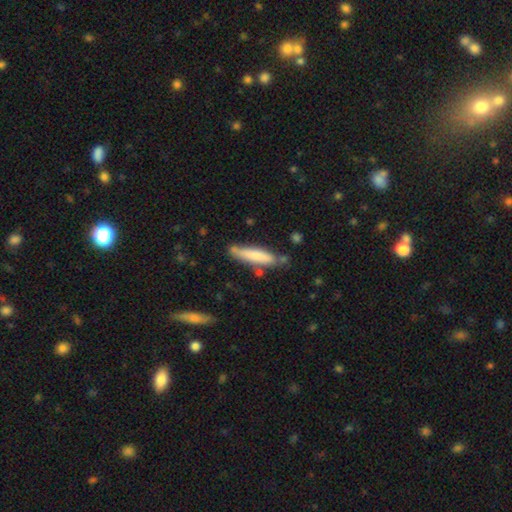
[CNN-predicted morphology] smooth_or_featured: smooth (p=0.75) [alt: featured or disk p=0.20]
how_rounded: cigar-shaped (p=0.85) [alt: in between p=0.14]
merging: none (p=0.74) [alt: minor disturbance p=0.17]